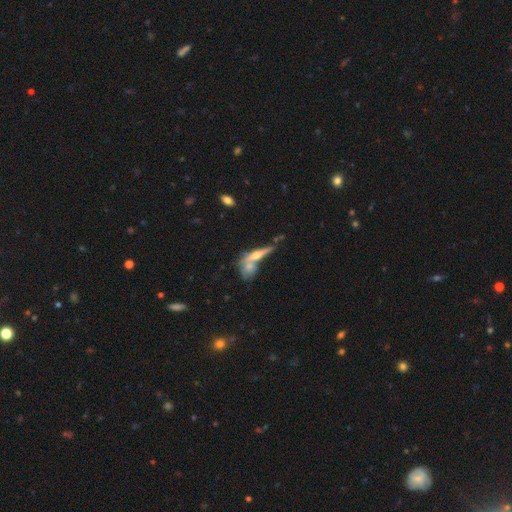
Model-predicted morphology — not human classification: type=featured or disk (56%); edge-on=yes (87%); merging=none (46%).